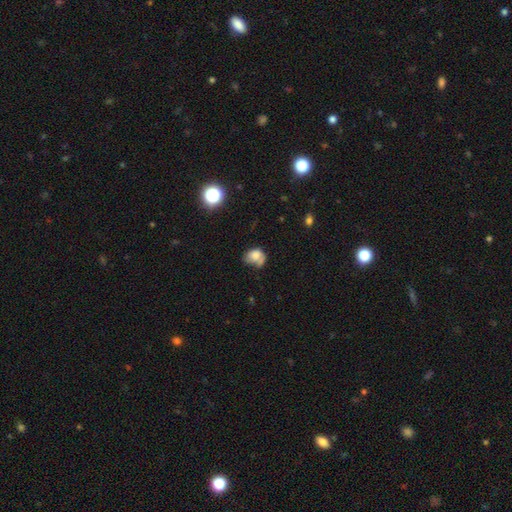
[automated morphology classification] Smooth or featured?
  - smooth: 67% *
  - featured or disk: 22%
  - star or artifact: 12%
How rounded?
  - in between: 55% *
  - round: 44%
  - cigar-shaped: 1%
Merging?
  - none: 31% *
  - minor disturbance: 29%
  - major disturbance: 24%
  - merger: 16%